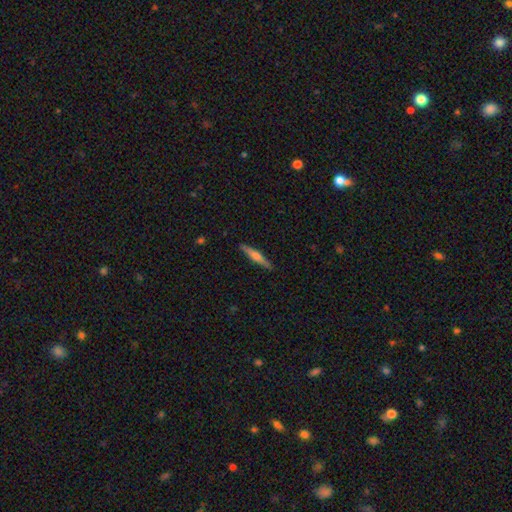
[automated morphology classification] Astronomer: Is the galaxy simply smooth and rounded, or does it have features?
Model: featured or disk — 54% (runner-up: smooth, 40%).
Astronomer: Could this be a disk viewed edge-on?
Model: yes — 97%.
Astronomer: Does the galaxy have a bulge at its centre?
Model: rounded — 77%.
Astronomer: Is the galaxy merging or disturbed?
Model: none — 90%.